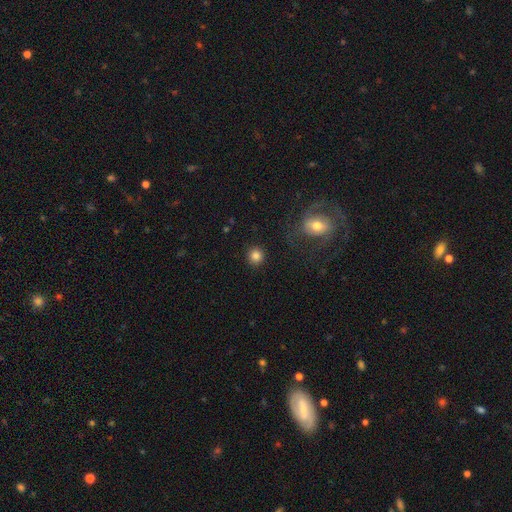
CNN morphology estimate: This appears to be a smooth galaxy with no disk features (84%) that is round (93%). Merging: none (90%).